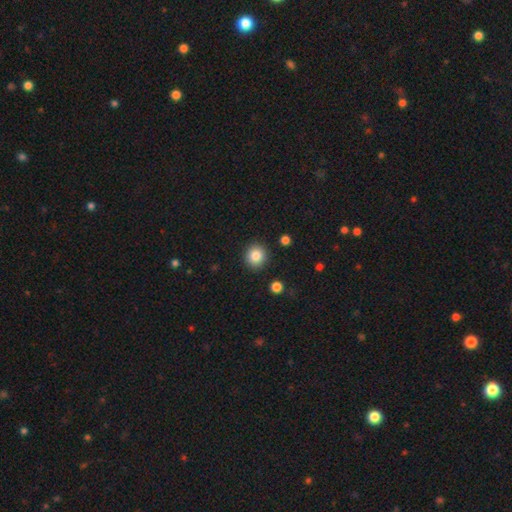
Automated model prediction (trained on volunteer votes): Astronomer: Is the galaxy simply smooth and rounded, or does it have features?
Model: smooth — 86%.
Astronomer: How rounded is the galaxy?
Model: round — 89%.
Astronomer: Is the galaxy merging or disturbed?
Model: none — 90%.